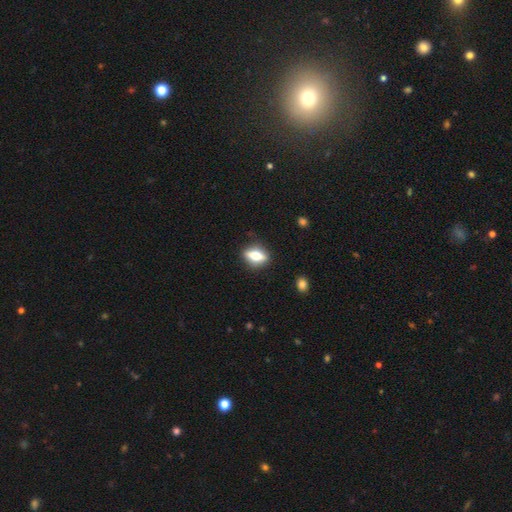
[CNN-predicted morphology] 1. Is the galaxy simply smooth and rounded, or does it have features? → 46% smooth (tied), 46% featured or disk (tied), 8% star or artifact.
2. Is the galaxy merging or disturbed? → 85% none, 11% minor disturbance, 3% major disturbance, 1% merger.